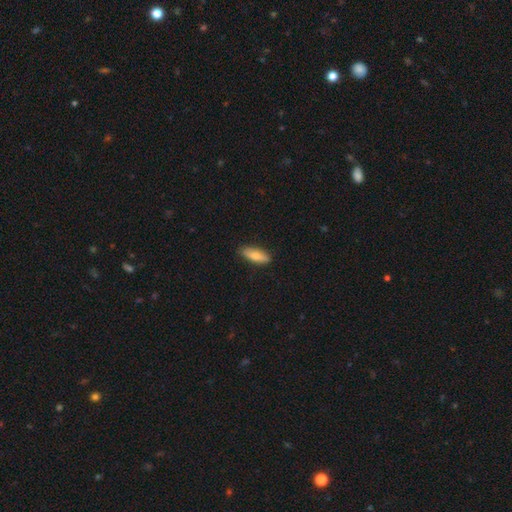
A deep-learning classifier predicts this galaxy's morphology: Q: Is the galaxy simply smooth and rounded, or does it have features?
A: smooth — 78%.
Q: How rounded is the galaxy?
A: in between — 58%.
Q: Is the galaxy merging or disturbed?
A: none — 86%.